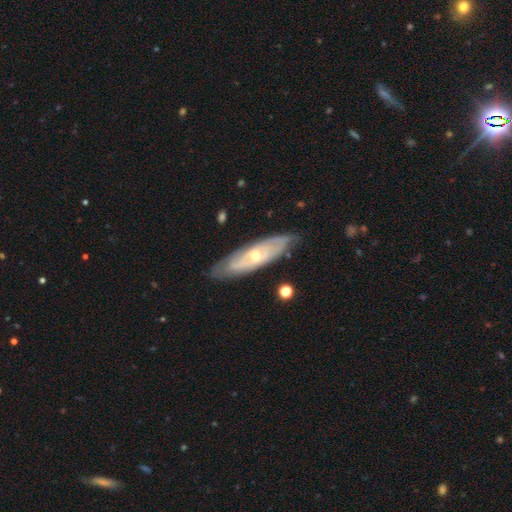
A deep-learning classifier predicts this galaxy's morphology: smooth_or_featured: featured or disk (p=0.72) [alt: smooth p=0.22]
disk_edge_on: no (p=0.69) [alt: yes p=0.31]
bar: no (p=0.65) [alt: weak p=0.27]
has_spiral_arms: yes (p=0.66) [alt: no p=0.34]
bulge_size: moderate (p=0.53) [alt: small p=0.43]
merging: none (p=0.79) [alt: minor disturbance p=0.16]